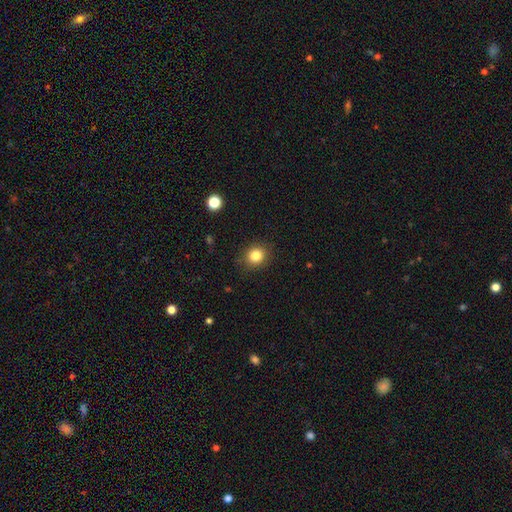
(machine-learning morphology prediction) A smooth galaxy with no disk features (83%) that is round (80%). Merging: none (88%).